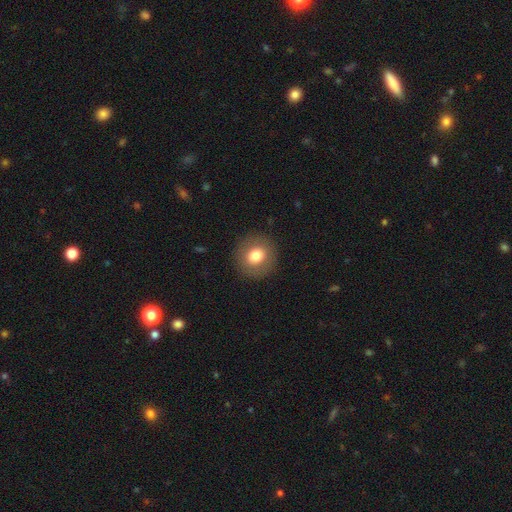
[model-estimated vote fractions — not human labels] smooth_or_featured: smooth (p=0.76) [alt: featured or disk p=0.14]
how_rounded: round (p=0.89) [alt: in between p=0.10]
merging: none (p=0.90) [alt: minor disturbance p=0.06]